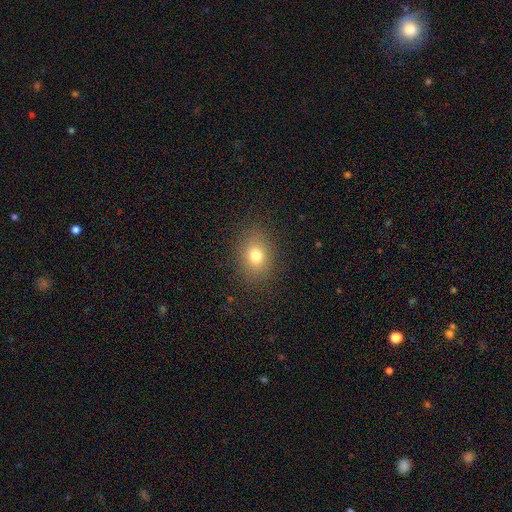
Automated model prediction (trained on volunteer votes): A smooth galaxy with no disk features (77%) that is in between round and cigar-shaped (53%).

Vote fractions:
- Smooth or featured? smooth: 77% / star or artifact: 13% / featured or disk: 10%
- How rounded? in between: 53% / round: 46% / cigar-shaped: 1%
- Merging? none: 87% / minor disturbance: 9% / major disturbance: 4% / merger: 1%